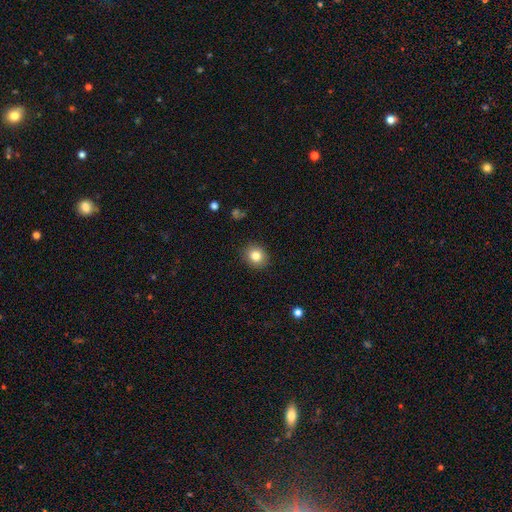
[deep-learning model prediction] A smooth galaxy with no disk features (84%) that is round (75%). Merging: none (89%).